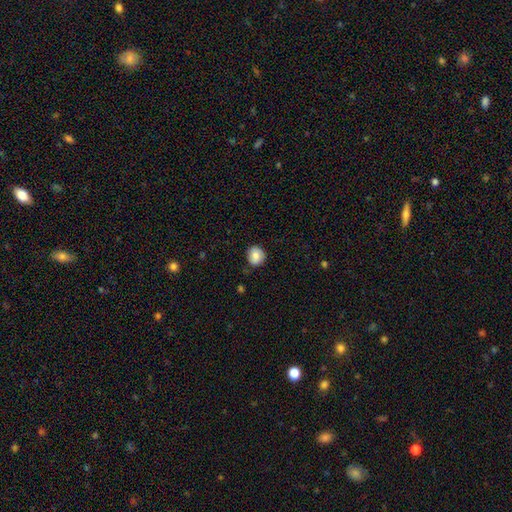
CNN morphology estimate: smooth_or_featured: smooth (p=0.81) [alt: featured or disk p=0.11]
how_rounded: round (p=0.82) [alt: in between p=0.17]
merging: none (p=0.78) [alt: minor disturbance p=0.17]